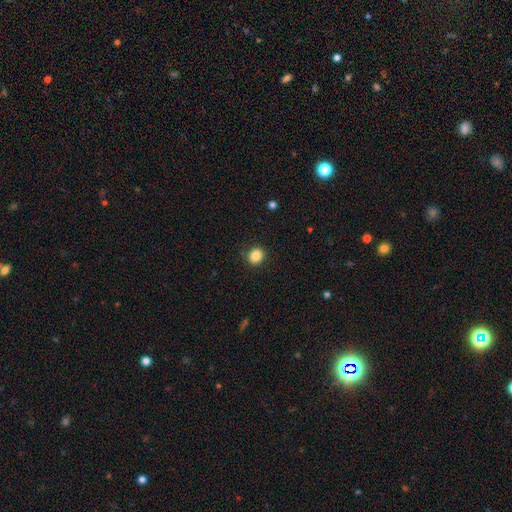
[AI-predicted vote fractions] This appears to be a smooth galaxy with no disk features (86%) that is round (72%). Merging: none (89%).